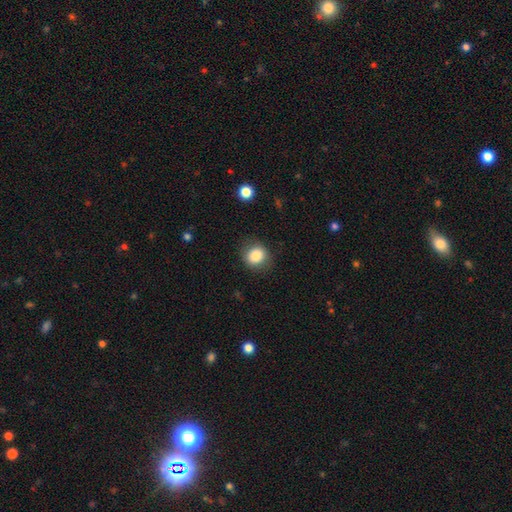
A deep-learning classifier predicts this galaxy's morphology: Smooth or featured: smooth — 85% (star or artifact — 10%)
How rounded: round — 80% (in between — 19%)
Merging: none — 83% (minor disturbance — 12%)